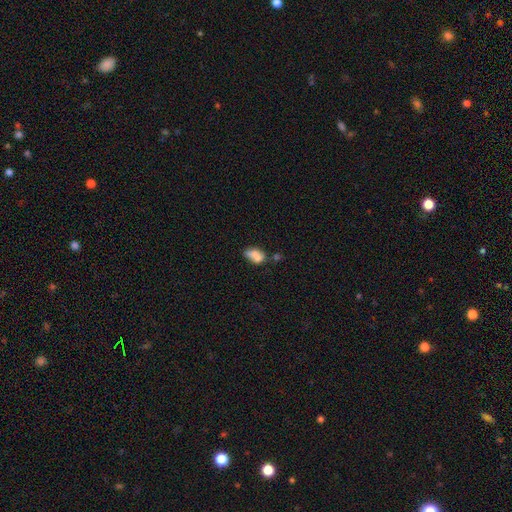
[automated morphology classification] A smooth galaxy with no disk features (72%) that is in between round and cigar-shaped (84%). Merging: merger (36%).